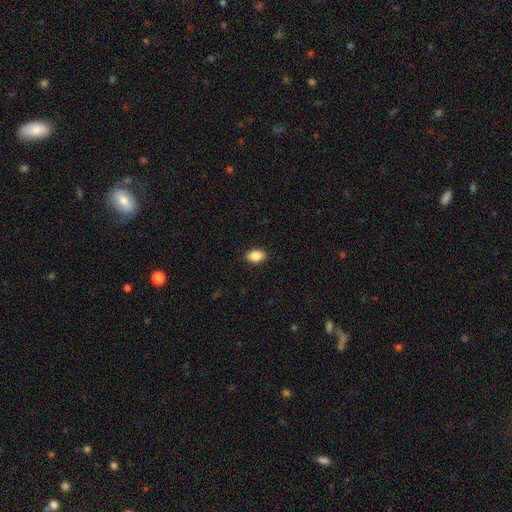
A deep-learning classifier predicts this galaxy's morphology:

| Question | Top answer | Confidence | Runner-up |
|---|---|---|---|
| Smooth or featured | smooth | 86% | star or artifact (8%) |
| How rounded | in between | 88% | round (10%) |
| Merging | none | 90% | minor disturbance (8%) |